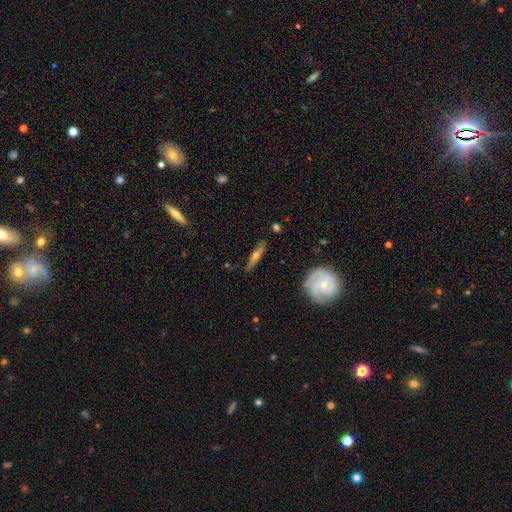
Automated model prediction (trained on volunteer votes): This is likely a featured or disk galaxy (66%). It is likely viewed edge-on (76%). Edge-on bulge: clearly rounded (85%). Merging: clearly none (85%).